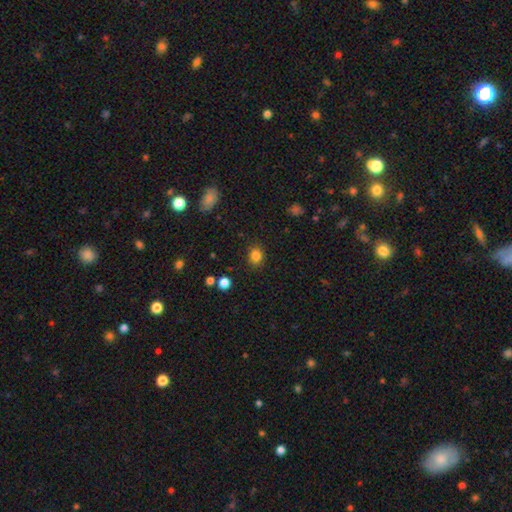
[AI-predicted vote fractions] This appears to be a smooth galaxy with no disk features (84%) that is round (64%). Merging: none (87%).